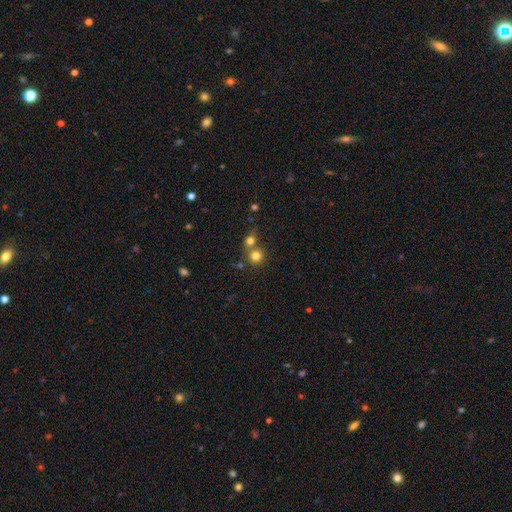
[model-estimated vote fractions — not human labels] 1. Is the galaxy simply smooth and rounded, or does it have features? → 77% smooth, 14% star or artifact, 9% featured or disk.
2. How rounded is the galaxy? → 90% round, 9% in between, 1% cigar-shaped.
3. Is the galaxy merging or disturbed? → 53% none, 37% merger, 6% minor disturbance, 3% major disturbance.